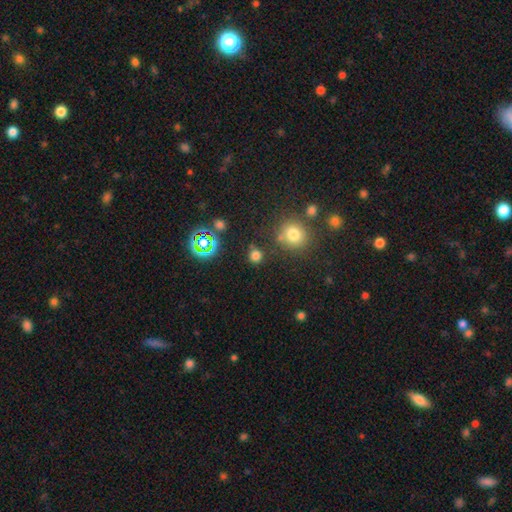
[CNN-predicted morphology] A smooth galaxy with no disk features (70%) that is round (84%). Merging: none (77%).